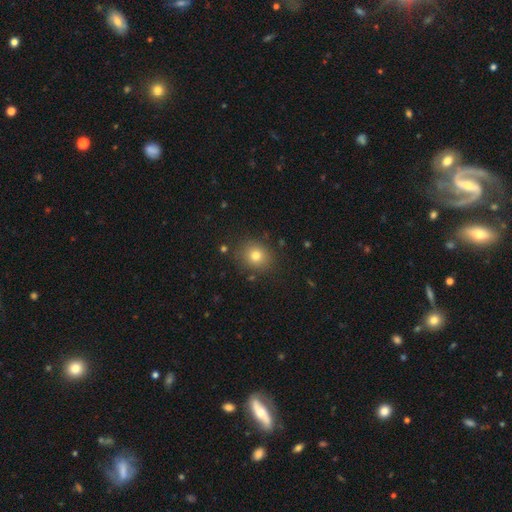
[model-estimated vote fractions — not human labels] smooth-or-featured: smooth: 77% | star or artifact: 13% | featured or disk: 10%
  how-rounded: round: 71% | in between: 28% | cigar-shaped: 1%
  merging: none: 85% | minor disturbance: 10% | major disturbance: 3% | merger: 2%